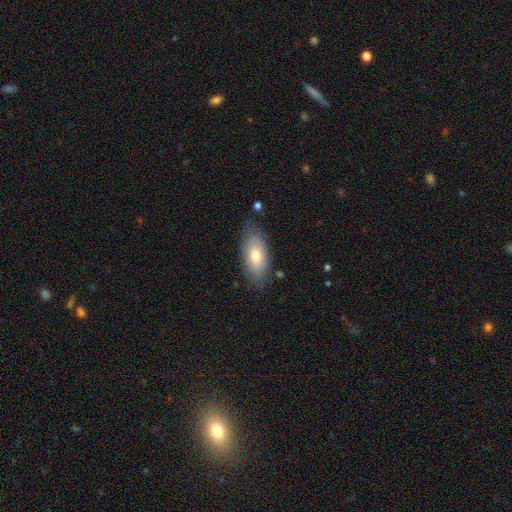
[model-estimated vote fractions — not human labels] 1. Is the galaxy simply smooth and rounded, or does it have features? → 70% smooth, 23% featured or disk, 6% star or artifact.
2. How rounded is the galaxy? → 89% in between, 8% cigar-shaped, 3% round.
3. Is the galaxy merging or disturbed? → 76% none, 18% minor disturbance, 4% major disturbance, 2% merger.